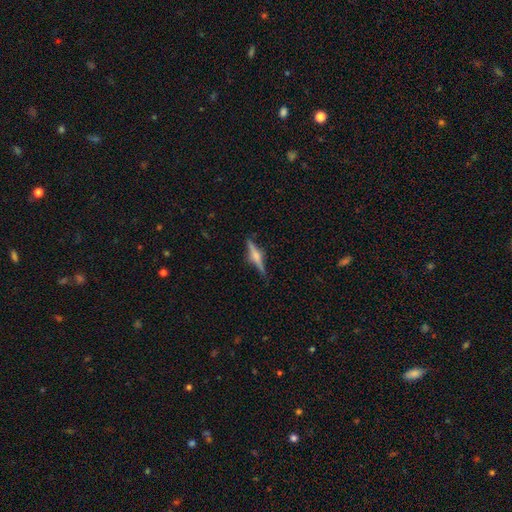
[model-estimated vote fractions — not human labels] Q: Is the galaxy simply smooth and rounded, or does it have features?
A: featured or disk — 70%.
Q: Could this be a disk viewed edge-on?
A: yes — 97%.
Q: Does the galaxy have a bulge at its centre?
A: rounded — 84%.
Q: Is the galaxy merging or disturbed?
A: none — 85%.